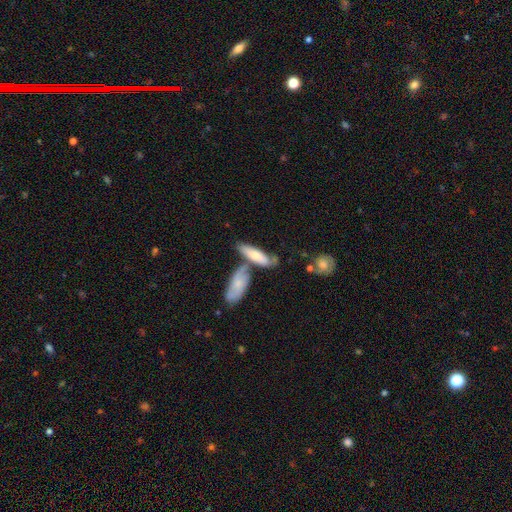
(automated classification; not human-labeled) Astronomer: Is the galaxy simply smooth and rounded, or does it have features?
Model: smooth — 62%.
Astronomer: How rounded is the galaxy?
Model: in between — 50% (runner-up: cigar-shaped, 48%).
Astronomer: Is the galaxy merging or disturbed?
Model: none — 44% (runner-up: merger, 35%).